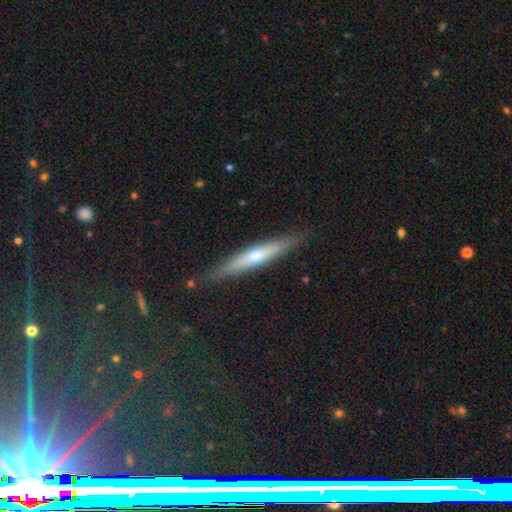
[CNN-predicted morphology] This appears to be a featured or disk galaxy (50%). Merging: none (87%).